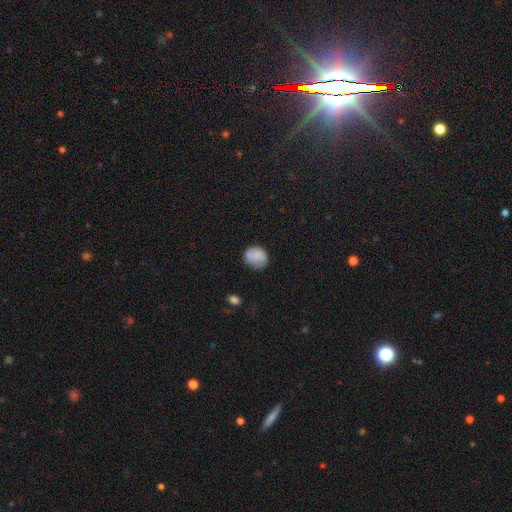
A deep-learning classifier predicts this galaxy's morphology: smooth-or-featured: smooth: 75% | featured or disk: 16% | star or artifact: 8%
  how-rounded: round: 66% | in between: 33% | cigar-shaped: 1%
  merging: none: 56% | minor disturbance: 26% | merger: 10% | major disturbance: 9%